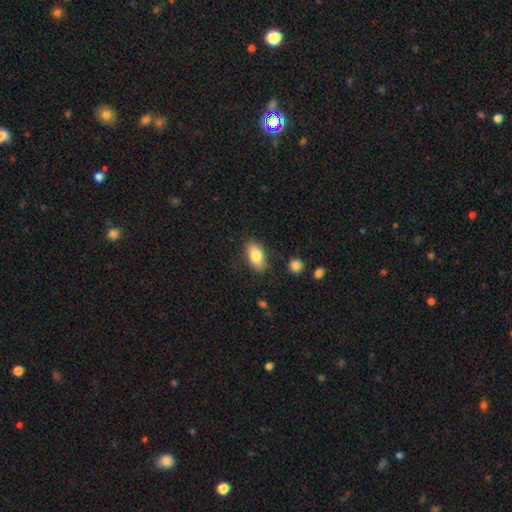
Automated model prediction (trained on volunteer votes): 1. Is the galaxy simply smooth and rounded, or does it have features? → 81% smooth, 12% featured or disk, 7% star or artifact.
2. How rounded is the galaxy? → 89% in between, 7% cigar-shaped, 4% round.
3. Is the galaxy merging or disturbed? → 83% none, 13% minor disturbance, 3% major disturbance, 2% merger.